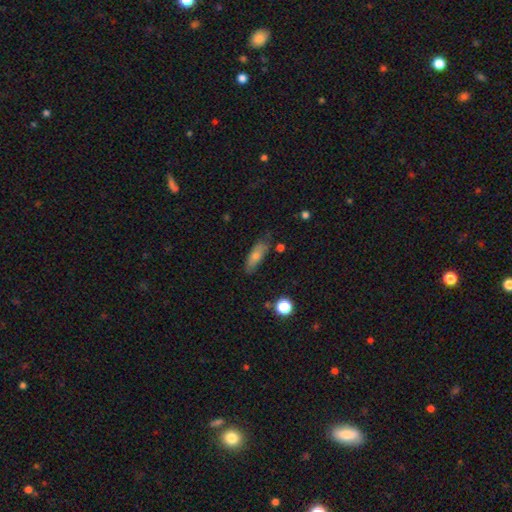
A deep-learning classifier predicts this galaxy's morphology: smooth-or-featured: smooth: 64% | featured or disk: 26% | star or artifact: 10%
  how-rounded: in between: 57% | cigar-shaped: 39% | round: 4%
  merging: none: 74% | minor disturbance: 18% | major disturbance: 4% | merger: 3%